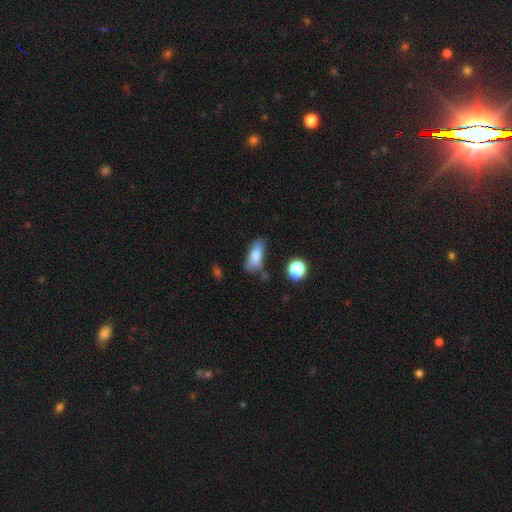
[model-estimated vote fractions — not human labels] A smooth galaxy with no disk features (75%) that is in between round and cigar-shaped (82%). Merging: none (51%).